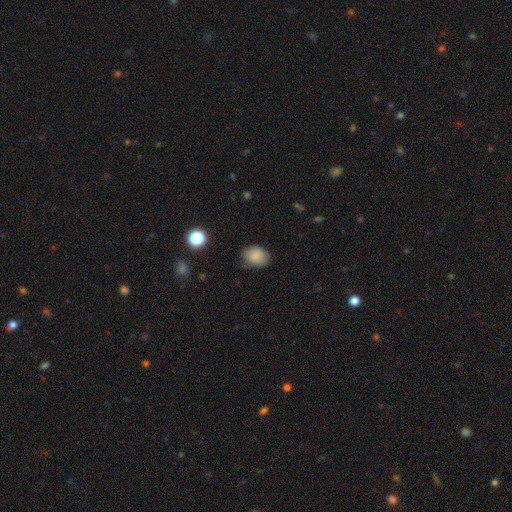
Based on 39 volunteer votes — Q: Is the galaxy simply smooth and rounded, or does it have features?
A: smooth — 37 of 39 (95%).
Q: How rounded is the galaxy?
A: in between — 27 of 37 (73%).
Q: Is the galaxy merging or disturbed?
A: none — 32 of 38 (84%).